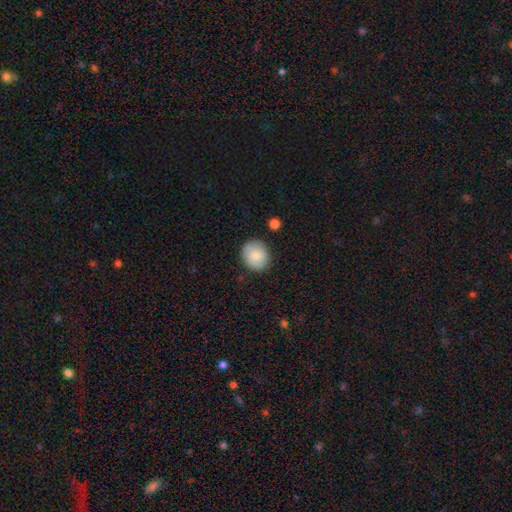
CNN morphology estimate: The model was most divided on "how rounded": round: 68%, in between: 31%, cigar-shaped: 1%. More confident: merging — none (84%); smooth or featured — smooth (82%).